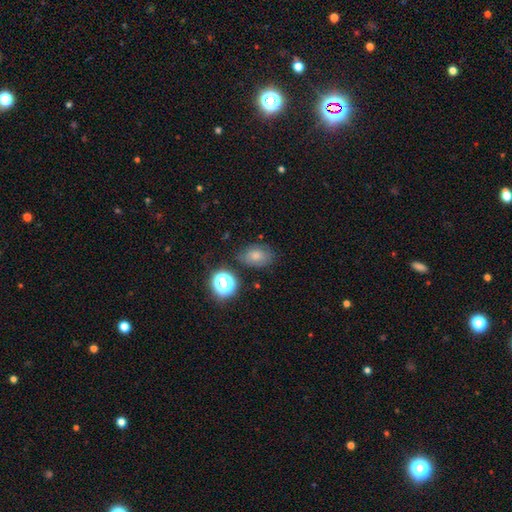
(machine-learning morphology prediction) Smooth or featured: smooth — 74% (star or artifact — 14%)
How rounded: in between — 76% (round — 23%)
Merging: none — 70% (minor disturbance — 20%)